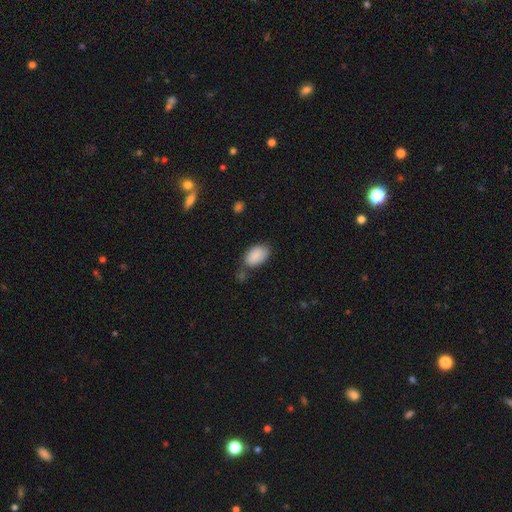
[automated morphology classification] Q: Smooth or featured?
A: smooth (88%); runner-up: star or artifact (7%)
Q: How rounded?
A: in between (92%); runner-up: round (6%)
Q: Merging?
A: none (61%); runner-up: minor disturbance (23%)